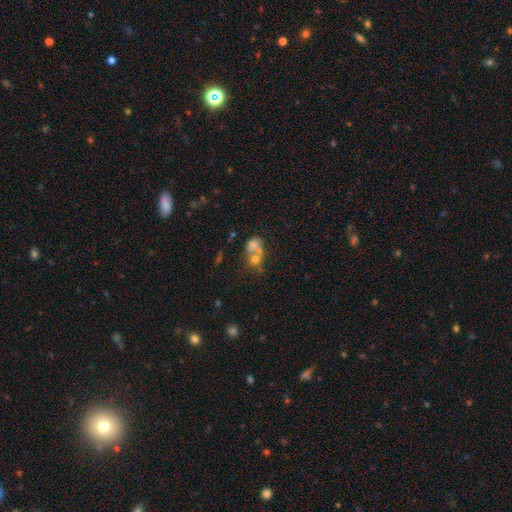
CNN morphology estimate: Smooth or featured: smooth — 60% (featured or disk — 24%)
How rounded: round — 61% (in between — 37%)
Merging: merger — 59% (none — 26%)